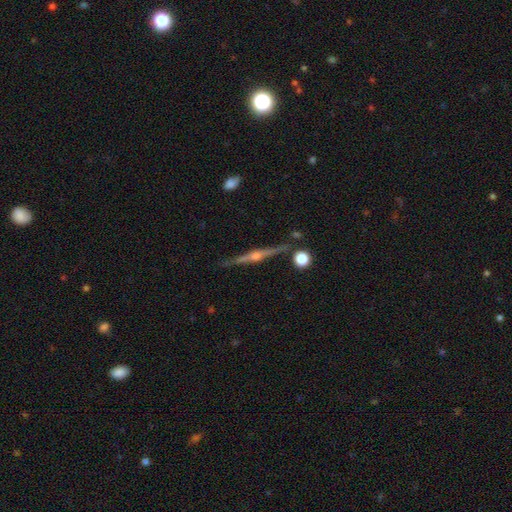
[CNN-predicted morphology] The model was most divided on "merging": none: 87%, minor disturbance: 8%, merger: 3%, major disturbance: 2%. More confident: edge-on disk — yes (98%); edge-on bulge — rounded (91%); smooth or featured — featured or disk (86%).